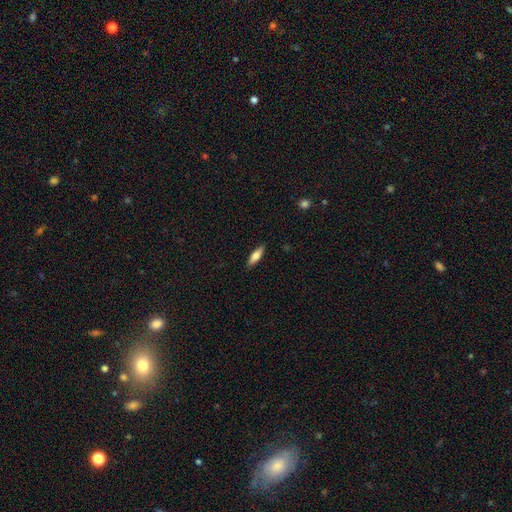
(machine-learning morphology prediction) type=smooth (71%); roundness=in between (51%); merging=none (88%).